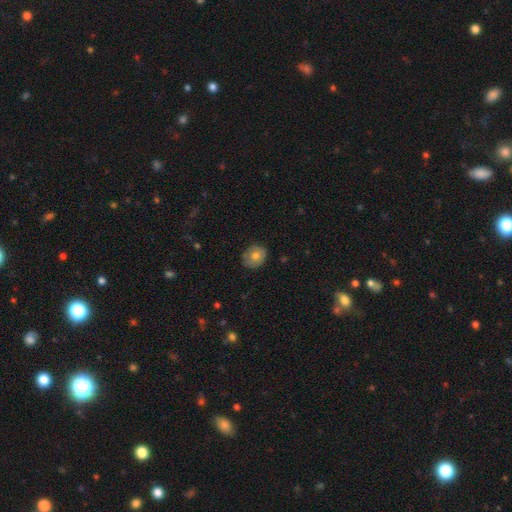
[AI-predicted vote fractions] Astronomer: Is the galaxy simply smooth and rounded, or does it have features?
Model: smooth — 72%.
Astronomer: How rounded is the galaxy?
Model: round — 67%.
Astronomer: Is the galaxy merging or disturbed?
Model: none — 82%.